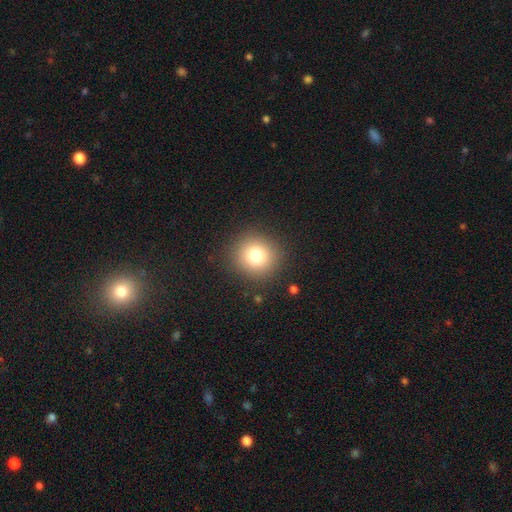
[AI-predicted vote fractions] Smooth or featured?
  - smooth: 77% *
  - star or artifact: 13%
  - featured or disk: 9%
How rounded?
  - round: 92% *
  - in between: 7%
  - cigar-shaped: 1%
Merging?
  - none: 89% *
  - minor disturbance: 7%
  - major disturbance: 3%
  - merger: 1%